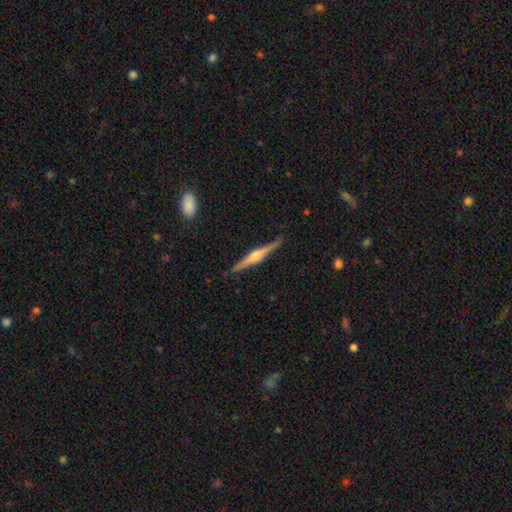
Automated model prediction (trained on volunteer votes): Q: Smooth or featured?
A: featured or disk (79%); runner-up: smooth (16%)
Q: Edge-on disk?
A: yes (98%); runner-up: no (2%)
Q: Edge-on bulge?
A: rounded (86%); runner-up: boxy (10%)
Q: Merging?
A: none (90%); runner-up: minor disturbance (8%)